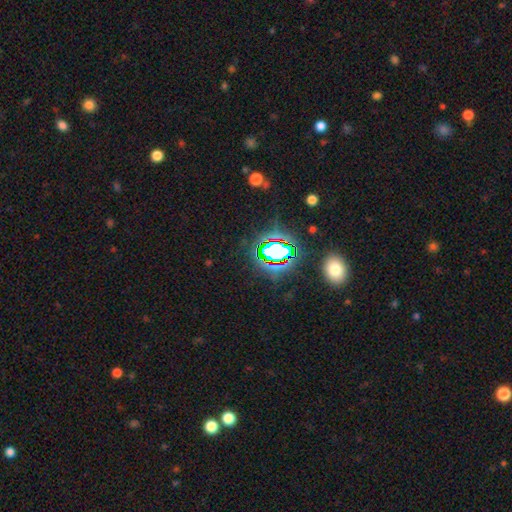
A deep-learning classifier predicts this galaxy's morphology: Smooth or featured? star or artifact (80%)